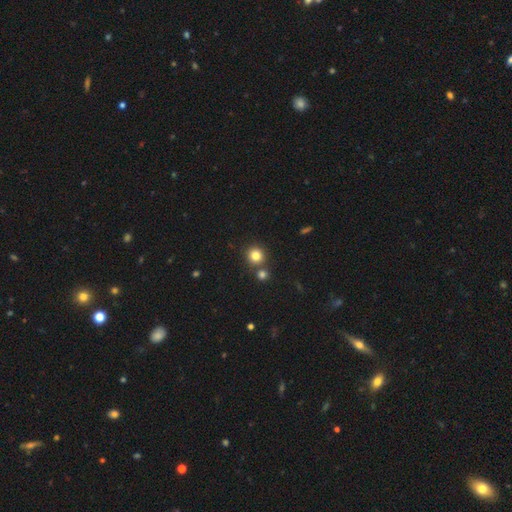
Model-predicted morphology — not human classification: The model was most divided on "merging": none: 74%, merger: 16%, minor disturbance: 7%, major disturbance: 2%. More confident: how rounded — round (91%); smooth or featured — smooth (81%).